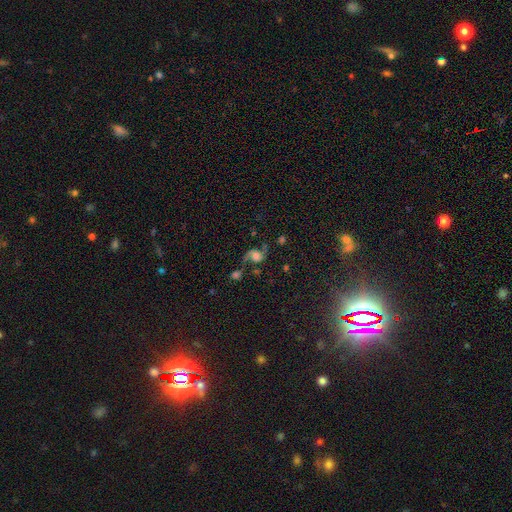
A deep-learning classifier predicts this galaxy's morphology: This is likely a featured or disk galaxy (67%). It is clearly not viewed edge-on (97%). Bar: likely no (68%). Spiral arm pattern: clearly yes (92%). Spiral arm count: clearly 2 (86%). Spiral winding: likely loose (73%). Central bulge: marginally large (33%). Merging: possibly none (45%).